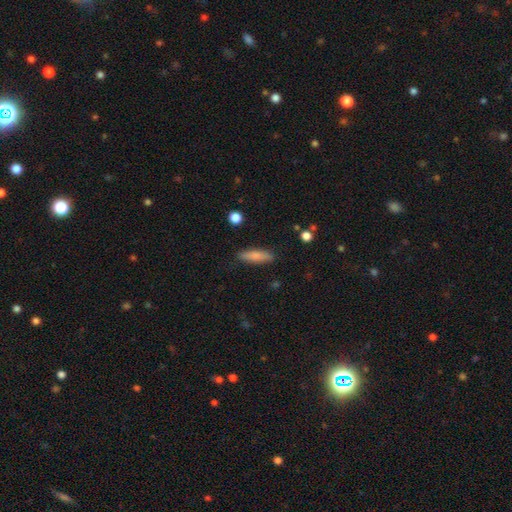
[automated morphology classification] Smooth or featured?
  - smooth: 79% *
  - featured or disk: 15%
  - star or artifact: 7%
How rounded?
  - cigar-shaped: 69% *
  - in between: 29%
  - round: 2%
Merging?
  - none: 87% *
  - minor disturbance: 9%
  - major disturbance: 2%
  - merger: 1%